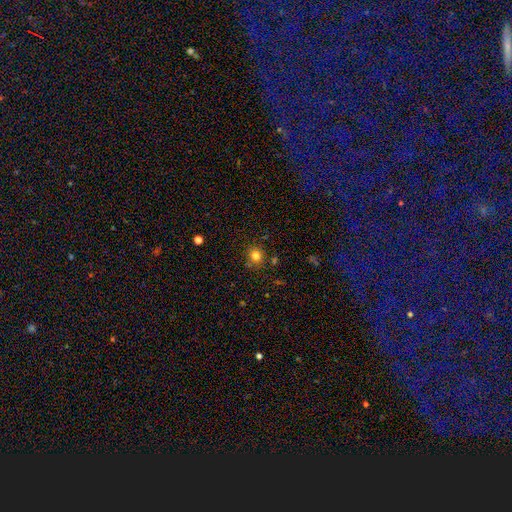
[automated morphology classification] This appears to be a smooth galaxy with no disk features (80%) that is round (84%). Merging: none (82%).